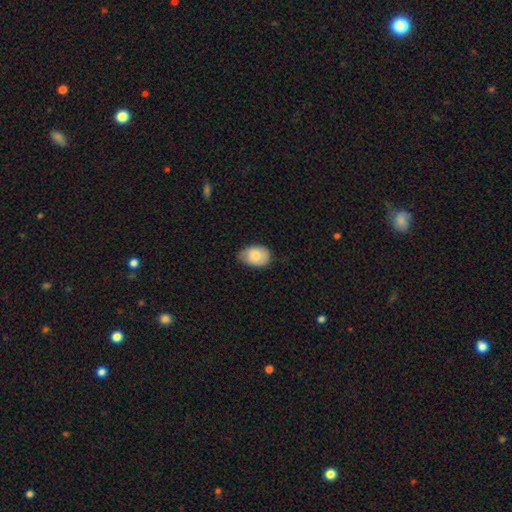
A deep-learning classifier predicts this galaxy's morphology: The model was most divided on "merging": none: 62%, minor disturbance: 33%, major disturbance: 5%, merger: 1%. More confident: smooth or featured — smooth (81%); how rounded — in between (79%).